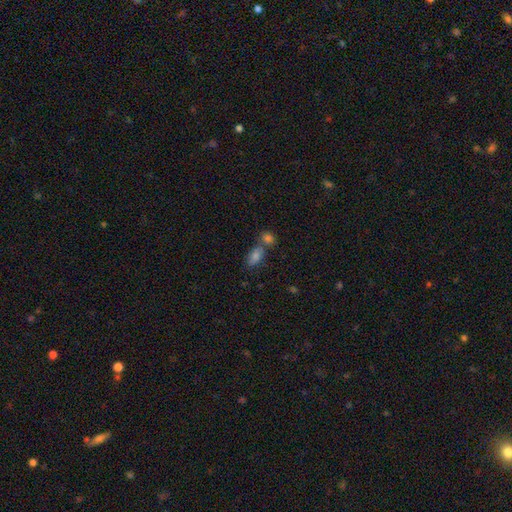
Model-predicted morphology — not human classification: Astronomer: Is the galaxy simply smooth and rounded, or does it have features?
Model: smooth — 76%.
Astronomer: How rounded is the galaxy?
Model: in between — 84%.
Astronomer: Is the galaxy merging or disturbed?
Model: none — 48% (runner-up: merger, 39%).